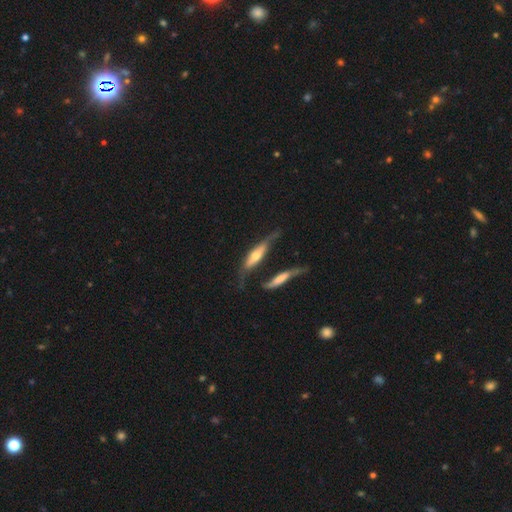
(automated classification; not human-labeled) smooth-or-featured: featured or disk: 55% | smooth: 39% | star or artifact: 6%
  disk-edge-on: yes: 68% | no: 32%
  merging: none: 37% | merger: 26% | minor disturbance: 21% | major disturbance: 16%